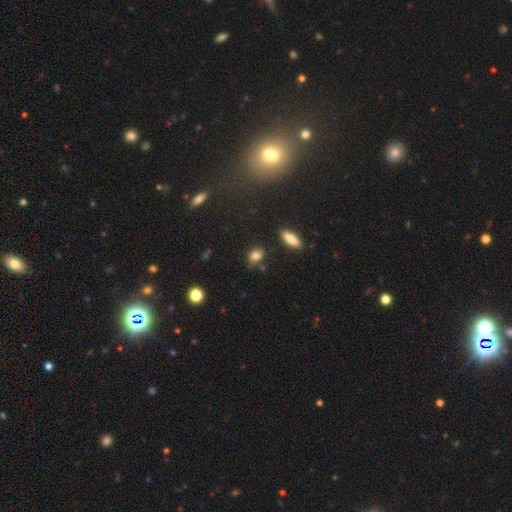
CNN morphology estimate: Overall: smooth (81%). How rounded: in between (66%; round 30%). Merging: none (72%).